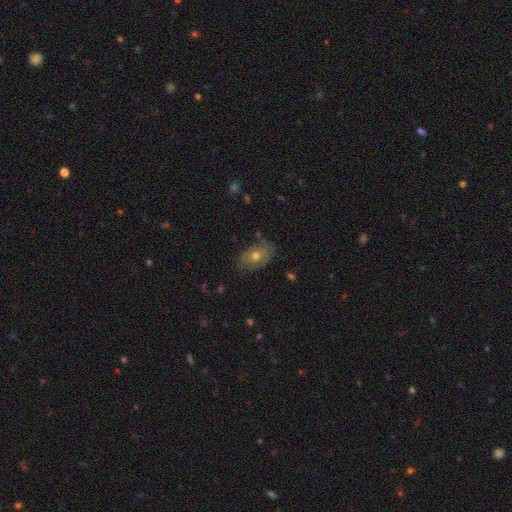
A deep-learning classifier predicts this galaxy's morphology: Smooth or featured?
  - featured or disk: 47% *
  - smooth: 41%
  - star or artifact: 12%
Merging?
  - none: 74% *
  - minor disturbance: 20%
  - major disturbance: 5%
  - merger: 2%